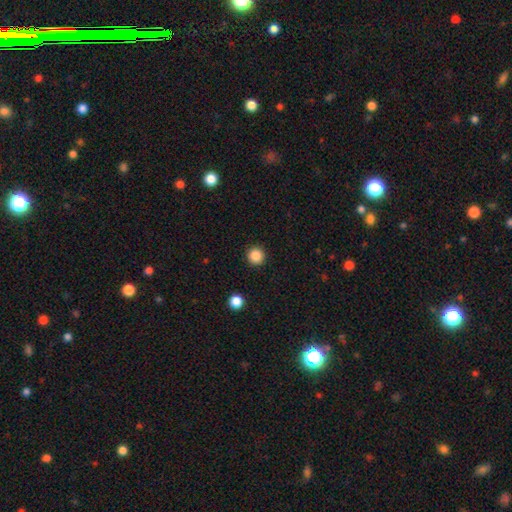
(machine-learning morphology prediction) smooth_or_featured: smooth (p=0.86) [alt: star or artifact p=0.11]
how_rounded: round (p=0.96) [alt: in between p=0.04]
merging: none (p=0.92) [alt: minor disturbance p=0.05]